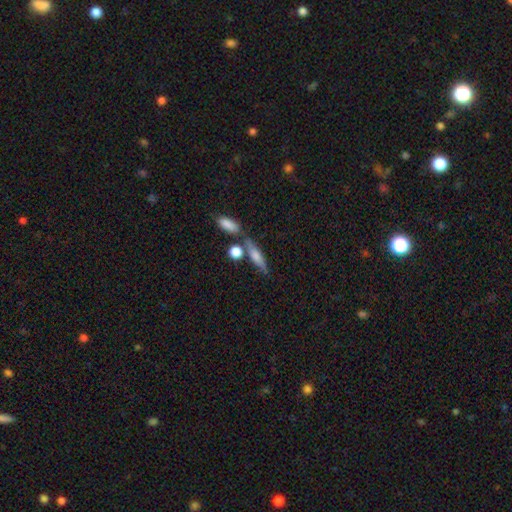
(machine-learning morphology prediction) Smooth or featured? Predicted: smooth (p=0.60). How rounded? Predicted: cigar-shaped (p=0.62). Merging? Predicted: none (p=0.64).